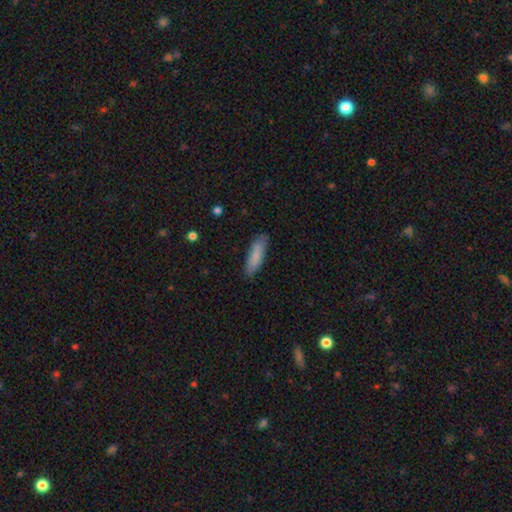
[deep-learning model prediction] smooth_or_featured: smooth (p=0.83) [alt: featured or disk p=0.11]
how_rounded: cigar-shaped (p=0.61) [alt: in between p=0.38]
merging: none (p=0.82) [alt: minor disturbance p=0.14]